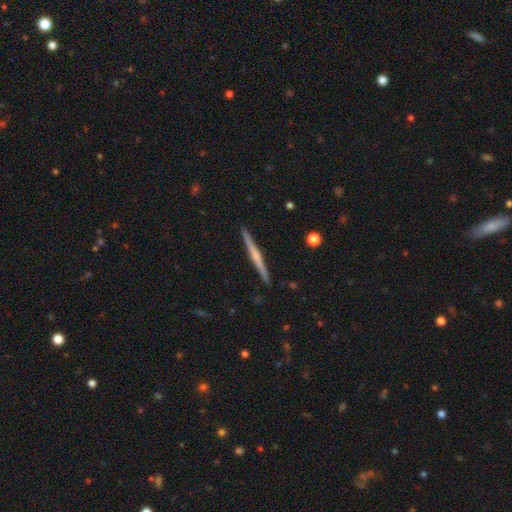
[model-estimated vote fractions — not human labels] A featured or disk galaxy (64%) viewed edge-on (98%) with a rounded central bulge (48%).

Vote fractions:
- Smooth or featured? featured or disk: 64% / smooth: 31% / star or artifact: 5%
- Edge-on disk? yes: 98% / no: 2%
- Edge-on bulge? rounded: 48% / none: 42% / boxy: 9%
- Merging? none: 92% / minor disturbance: 6% / major disturbance: 1% / merger: 1%